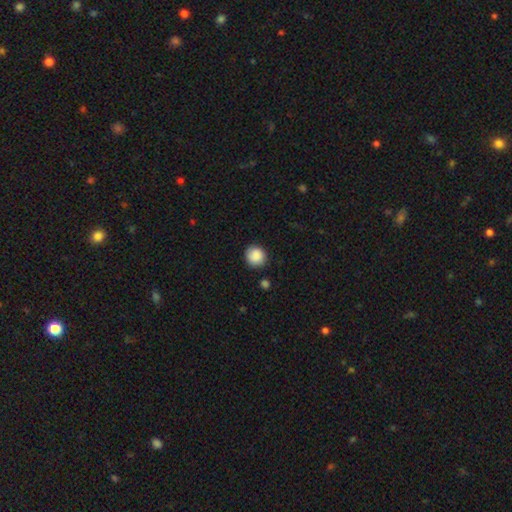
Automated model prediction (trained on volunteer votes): The model was most divided on "merging": none: 88%, minor disturbance: 8%, major disturbance: 2%, merger: 2%. More confident: how rounded — round (90%); smooth or featured — smooth (89%).